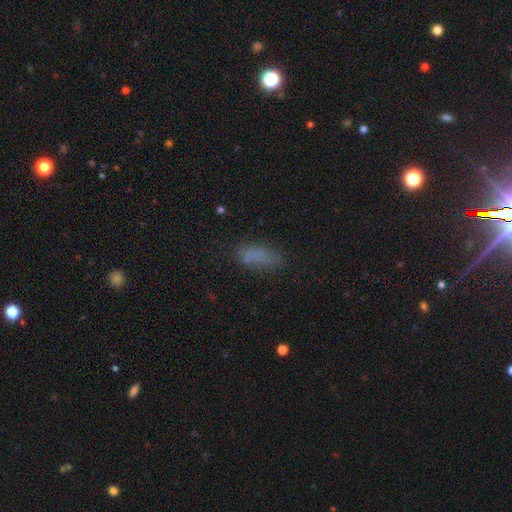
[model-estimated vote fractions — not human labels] This appears to be a smooth galaxy with no disk features (74%) that is in between round and cigar-shaped (75%). Merging: none (62%).